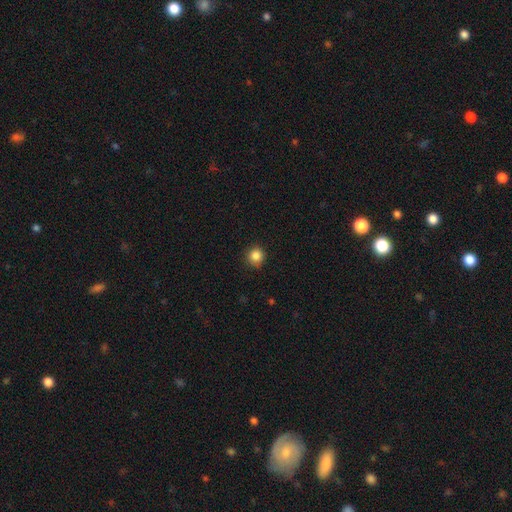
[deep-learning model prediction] Smooth or featured? Predicted: smooth (p=0.85). How rounded? Predicted: round (p=0.93). Merging? Predicted: none (p=0.87).